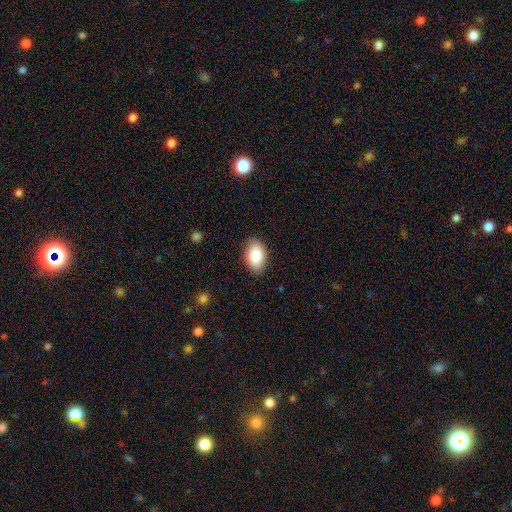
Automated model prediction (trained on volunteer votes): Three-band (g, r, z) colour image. It shows a smooth galaxy with no disk features (86%) that is in between round and cigar-shaped (93%). Merging: none (87%).